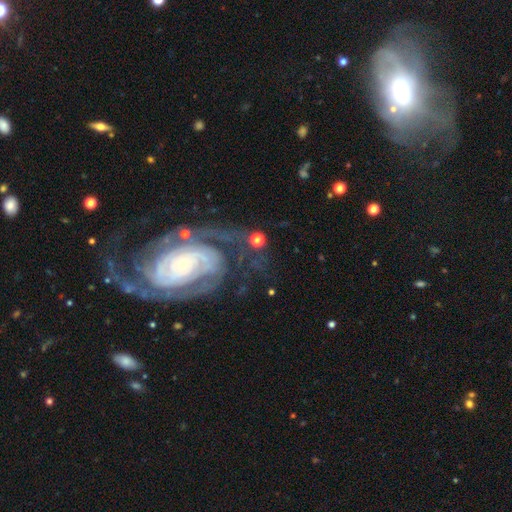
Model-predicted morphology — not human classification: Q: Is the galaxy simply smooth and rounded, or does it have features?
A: featured or disk — 87%.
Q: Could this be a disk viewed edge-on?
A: no — 97%.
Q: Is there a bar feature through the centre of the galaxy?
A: no — 56%.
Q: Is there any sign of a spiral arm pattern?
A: yes — 97%.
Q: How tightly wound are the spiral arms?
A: tight — 61%.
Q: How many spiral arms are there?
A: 2 — 54%.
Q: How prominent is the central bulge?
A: small — 68%.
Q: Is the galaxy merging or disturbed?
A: none — 67%.